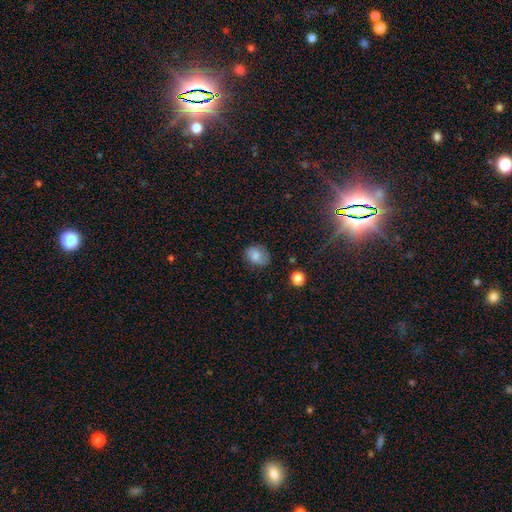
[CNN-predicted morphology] A smooth galaxy with no disk features (77%) that is in between round and cigar-shaped (53%).

Vote fractions:
- Smooth or featured? smooth: 77% / featured or disk: 13% / star or artifact: 10%
- How rounded? in between: 53% / round: 46% / cigar-shaped: 1%
- Merging? none: 71% / minor disturbance: 22% / major disturbance: 5% / merger: 2%